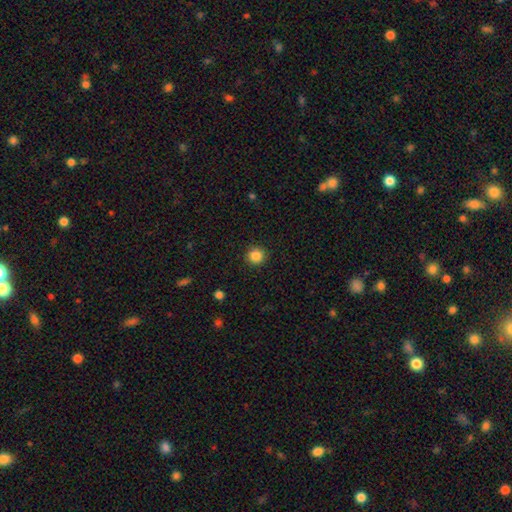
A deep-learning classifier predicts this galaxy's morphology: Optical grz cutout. It shows a smooth galaxy with no disk features (86%) that is round (93%). Merging: none (91%).